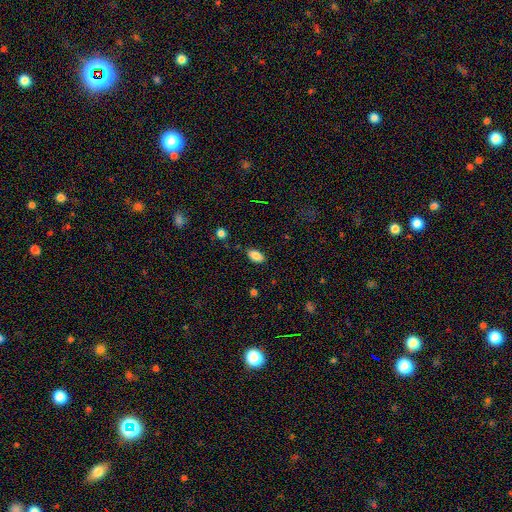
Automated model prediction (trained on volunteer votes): smooth 86%, star or artifact 9%, featured or disk 6%. Down the decision tree: how rounded — in between (92%); merging — none (84%).